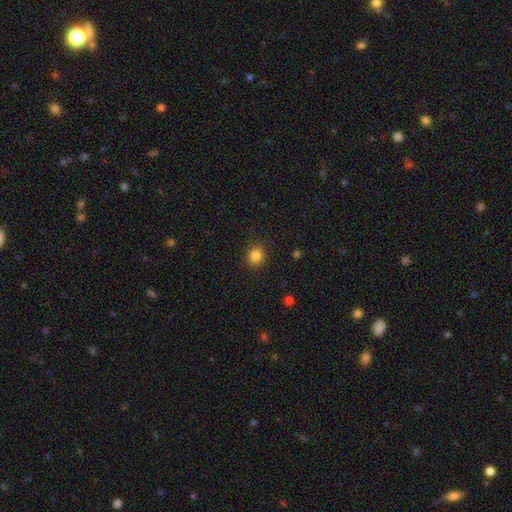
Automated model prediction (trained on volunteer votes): This appears to be a smooth galaxy with no disk features (85%) that is round (82%). Merging: none (89%).